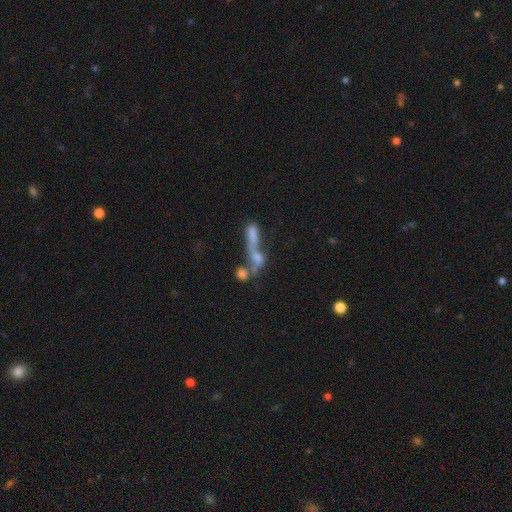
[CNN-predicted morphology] Smooth or featured?
  - featured or disk: 44% *
  - smooth: 38%
  - star or artifact: 19%
Merging?
  - merger: 61% *
  - none: 18%
  - major disturbance: 14%
  - minor disturbance: 8%